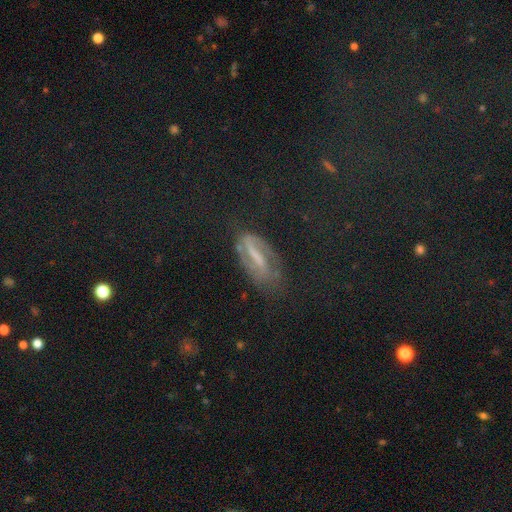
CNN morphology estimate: A star or artifact, not a galaxy (37%).